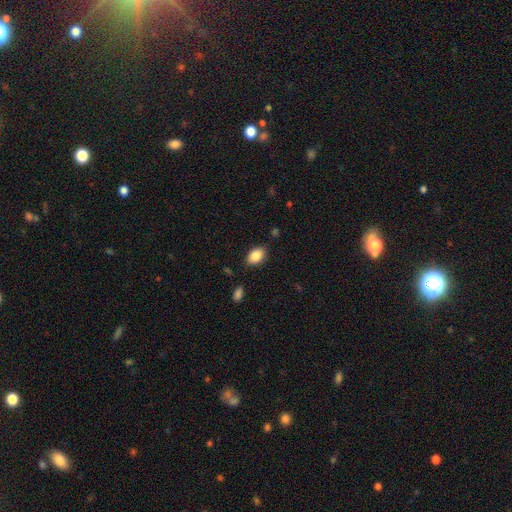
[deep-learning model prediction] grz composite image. It shows a smooth galaxy with no disk features (87%) that is in between round and cigar-shaped (87%). Merging: none (81%).